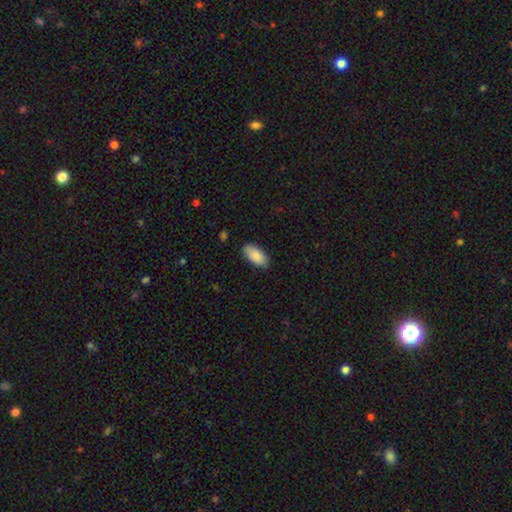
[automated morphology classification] smooth 88%, star or artifact 6%, featured or disk 6%. Down the decision tree: how rounded — in between (91%); merging — none (85%).